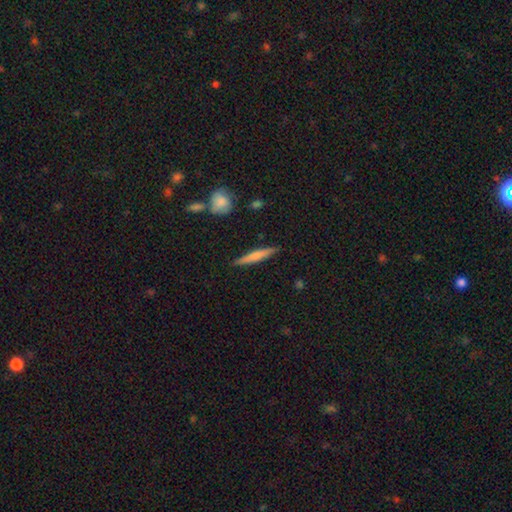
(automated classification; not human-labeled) This is likely a smooth galaxy (60%). How rounded: clearly cigar-shaped (92%). Merging: clearly none (88%).